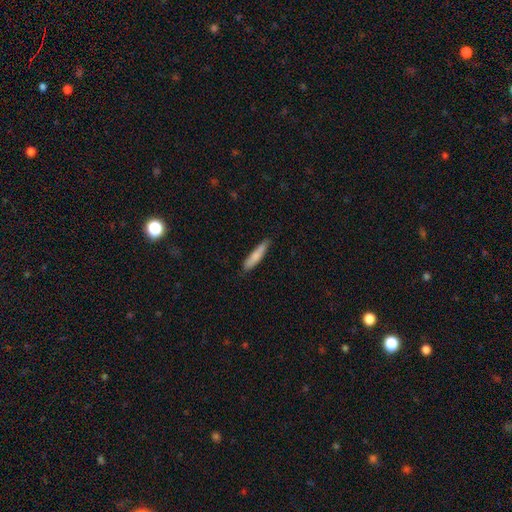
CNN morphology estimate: smooth_or_featured: smooth (p=0.80) [alt: featured or disk p=0.15]
how_rounded: cigar-shaped (p=0.85) [alt: in between p=0.14]
merging: none (p=0.80) [alt: minor disturbance p=0.17]